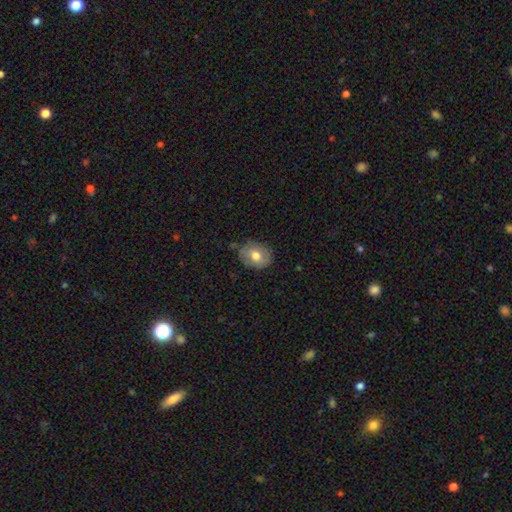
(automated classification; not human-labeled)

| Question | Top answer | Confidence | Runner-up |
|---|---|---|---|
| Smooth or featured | smooth | 68% | featured or disk (24%) |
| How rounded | in between | 55% | round (44%) |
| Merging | none | 73% | minor disturbance (20%) |